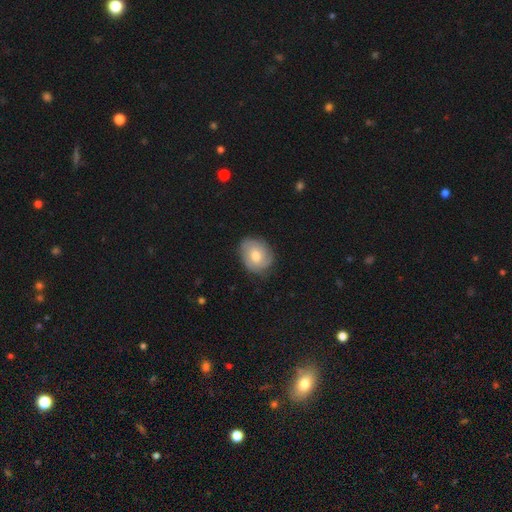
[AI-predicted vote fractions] This is possibly a featured or disk galaxy (47%). Merging: likely none (75%).